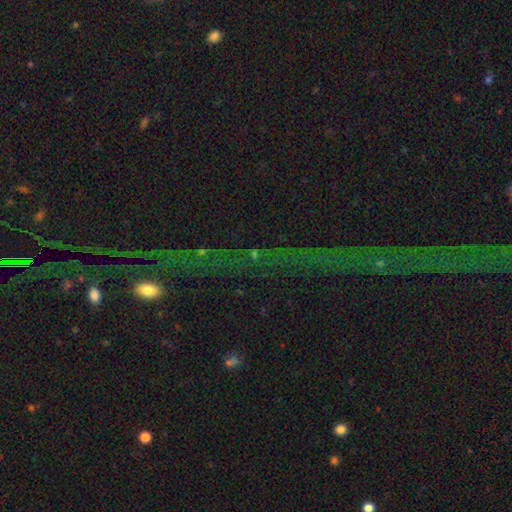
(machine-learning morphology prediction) A star or artifact, not a galaxy (68%).

Vote fractions:
- Smooth or featured? star or artifact: 68% / featured or disk: 17% / smooth: 14%